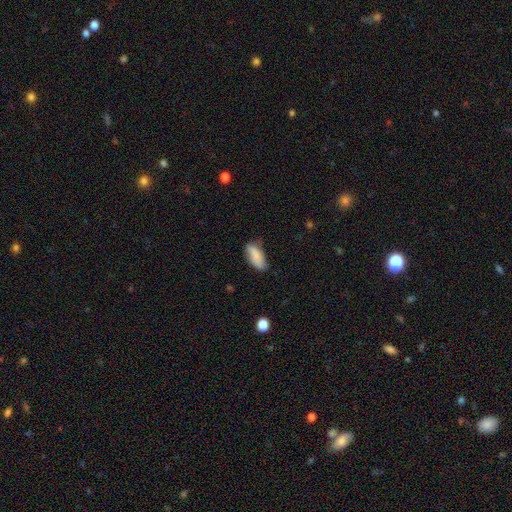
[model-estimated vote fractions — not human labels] Morphology: type=smooth (81%); roundness=in between (85%); merging=none (60%).